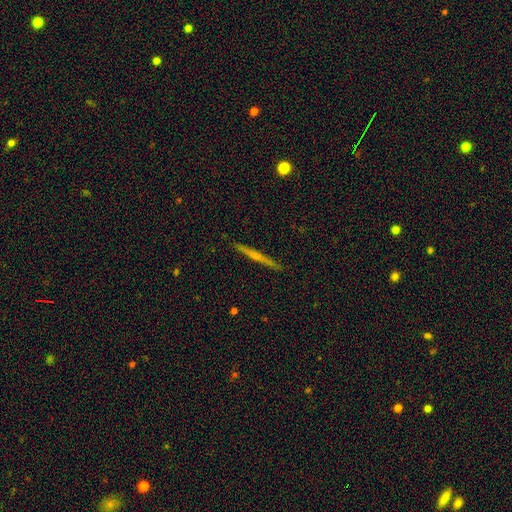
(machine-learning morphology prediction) Q: Smooth or featured?
A: featured or disk (53%); runner-up: smooth (40%)
Q: Edge-on disk?
A: yes (98%); runner-up: no (2%)
Q: Edge-on bulge?
A: none (73%); runner-up: rounded (20%)
Q: Merging?
A: none (91%); runner-up: minor disturbance (6%)